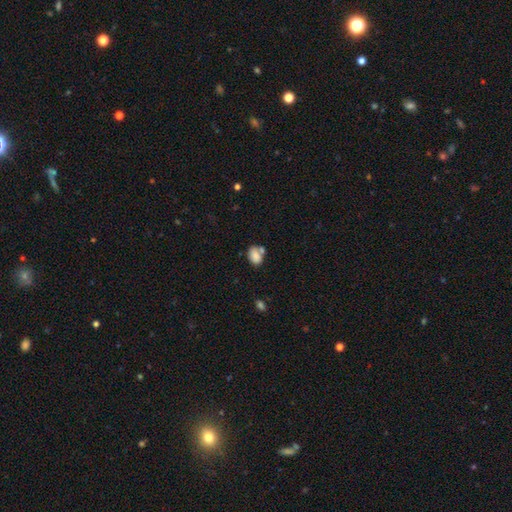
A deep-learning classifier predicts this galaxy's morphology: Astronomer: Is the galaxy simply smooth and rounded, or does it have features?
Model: smooth — 82%.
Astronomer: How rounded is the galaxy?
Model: in between — 78%.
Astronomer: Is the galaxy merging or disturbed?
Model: none — 48% (runner-up: merger, 29%).